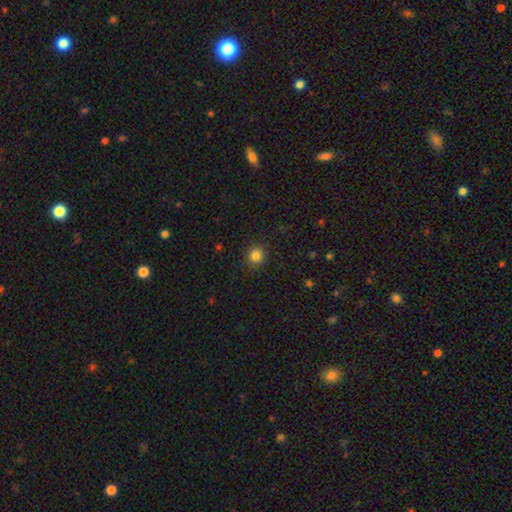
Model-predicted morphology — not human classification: A smooth galaxy with no disk features (83%) that is round (89%). Merging: none (90%).